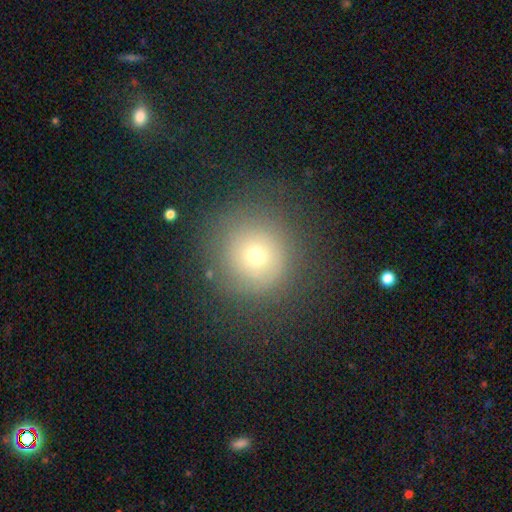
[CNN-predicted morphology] Smooth or featured? Predicted: smooth (p=0.64). How rounded? Predicted: round (p=0.94). Merging? Predicted: none (p=0.81).